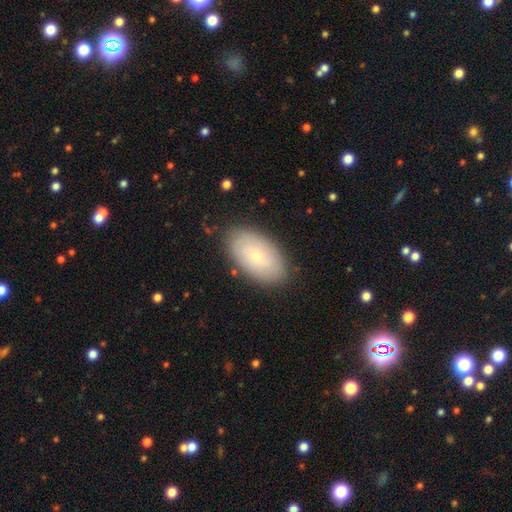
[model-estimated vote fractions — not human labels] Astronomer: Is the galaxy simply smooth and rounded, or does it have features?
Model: smooth — 59% (runner-up: featured or disk, 34%).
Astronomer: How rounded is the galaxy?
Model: in between — 94%.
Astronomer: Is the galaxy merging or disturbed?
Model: none — 85%.